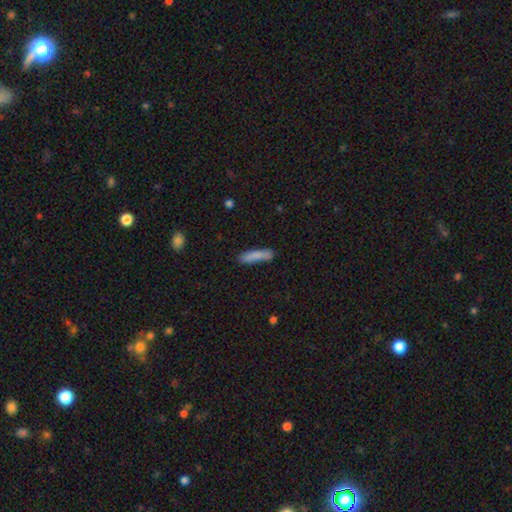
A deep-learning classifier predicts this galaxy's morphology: smooth_or_featured: smooth (p=0.83) [alt: featured or disk p=0.11]
how_rounded: cigar-shaped (p=0.85) [alt: in between p=0.13]
merging: none (p=0.80) [alt: minor disturbance p=0.15]